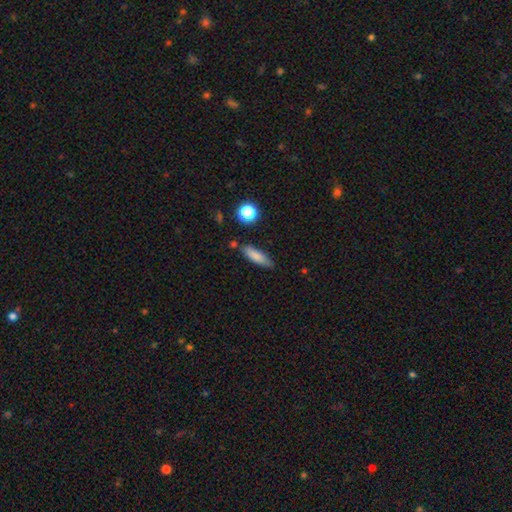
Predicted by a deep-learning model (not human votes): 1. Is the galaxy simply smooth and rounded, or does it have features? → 80% smooth, 12% featured or disk, 8% star or artifact.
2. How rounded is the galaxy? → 56% cigar-shaped, 40% in between, 3% round.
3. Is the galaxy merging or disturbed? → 74% none, 18% minor disturbance, 4% merger, 4% major disturbance.